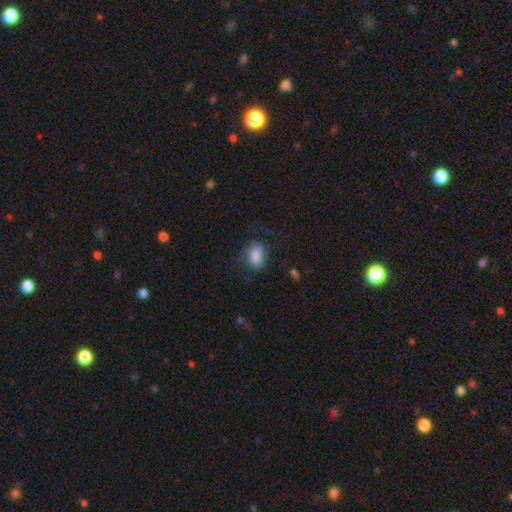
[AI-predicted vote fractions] Overall: smooth (79%). How rounded: in between (83%). Merging: none (62%).